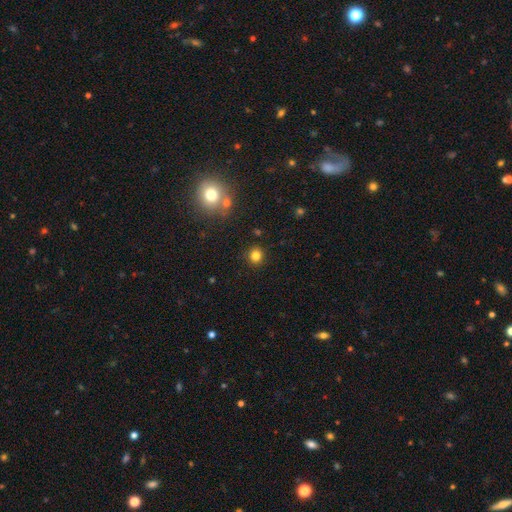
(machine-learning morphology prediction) smooth-or-featured: smooth: 81% | star or artifact: 14% | featured or disk: 5%
  how-rounded: round: 87% | in between: 12% | cigar-shaped: 1%
  merging: none: 89% | minor disturbance: 7% | merger: 2% | major disturbance: 2%